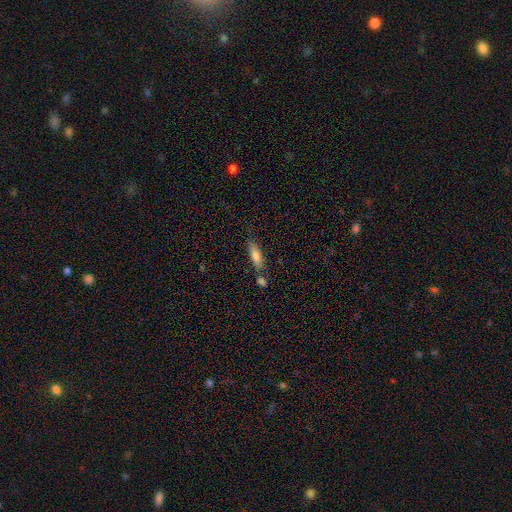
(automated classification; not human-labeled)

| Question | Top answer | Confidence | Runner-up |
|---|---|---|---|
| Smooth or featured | smooth | 78% | featured or disk (15%) |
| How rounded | cigar-shaped | 53% | in between (45%) |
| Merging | none | 64% | merger (16%) |